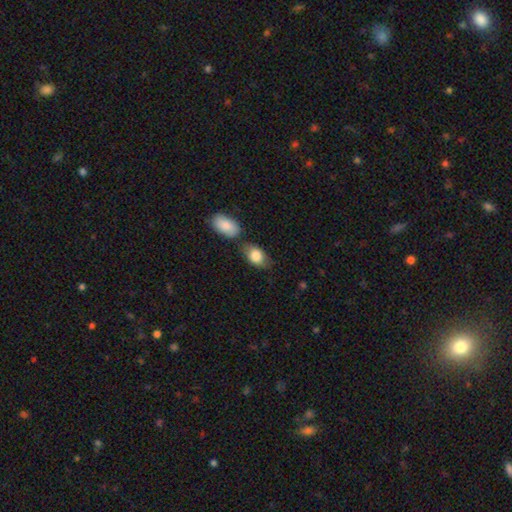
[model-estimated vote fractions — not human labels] smooth_or_featured: smooth (p=0.84) [alt: featured or disk p=0.10]
how_rounded: in between (p=0.86) [alt: round p=0.12]
merging: none (p=0.59) [alt: minor disturbance p=0.20]